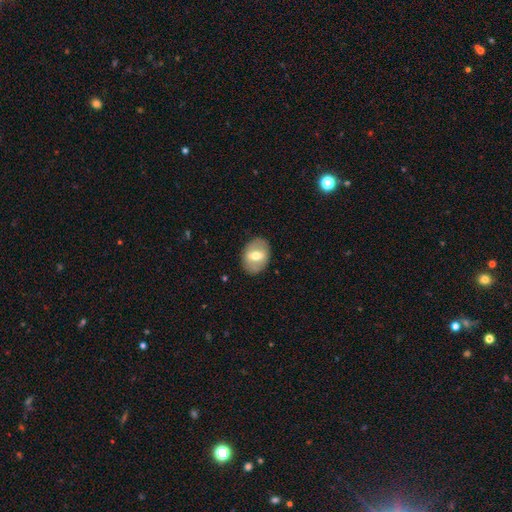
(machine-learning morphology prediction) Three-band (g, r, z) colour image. It shows a smooth galaxy with no disk features (51%) that is in between round and cigar-shaped (68%). Merging: none (85%).